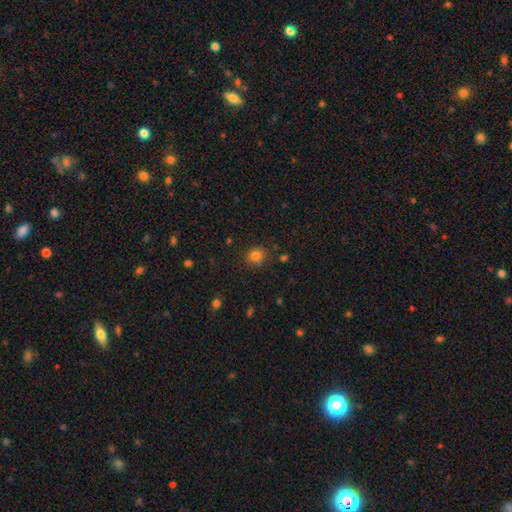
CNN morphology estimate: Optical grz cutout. It shows a smooth galaxy with no disk features (81%) that is round (82%). Merging: none (80%).